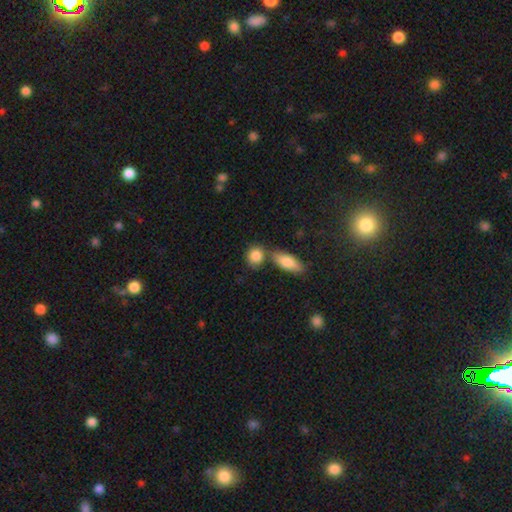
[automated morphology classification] Q: Smooth or featured?
A: smooth (86%); runner-up: star or artifact (7%)
Q: How rounded?
A: round (63%); runner-up: in between (33%)
Q: Merging?
A: none (56%); runner-up: merger (29%)